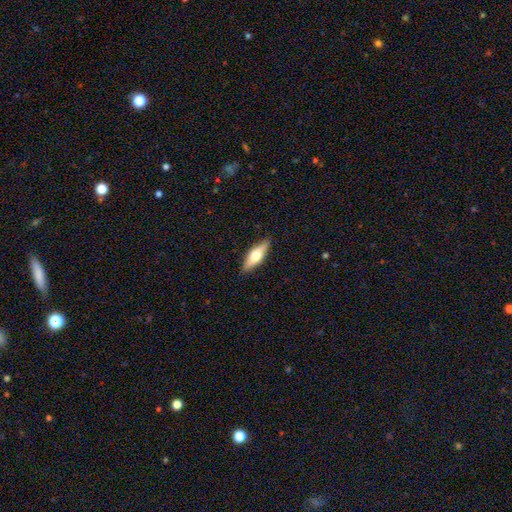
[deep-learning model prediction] Smooth or featured? smooth (57%)
How rounded? in between (52%)
Merging? none (88%)